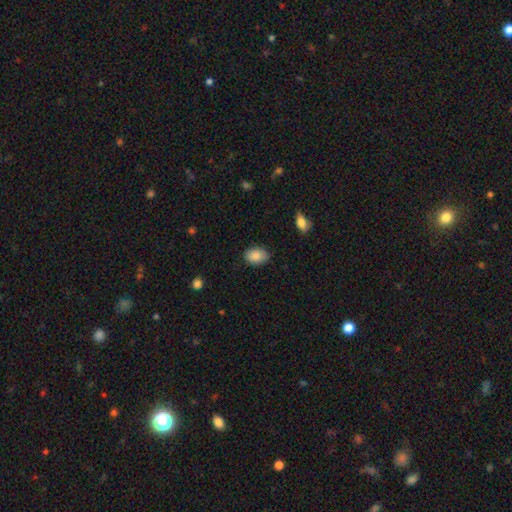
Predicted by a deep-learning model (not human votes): Smooth or featured? Predicted: smooth (p=0.88). How rounded? Predicted: in between (p=0.84). Merging? Predicted: none (p=0.85).